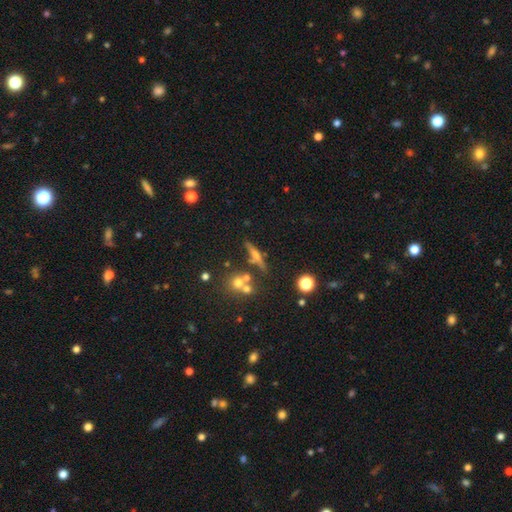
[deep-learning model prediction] Smooth or featured? Predicted: featured or disk (p=0.50). Merging? Predicted: none (p=0.68).